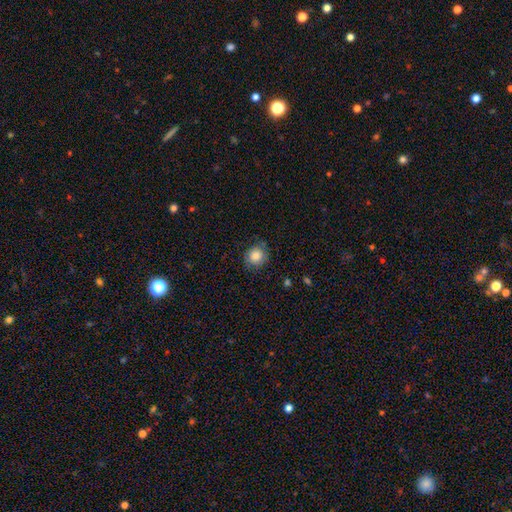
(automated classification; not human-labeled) Smooth or featured? smooth (83%)
How rounded? round (82%)
Merging? none (76%)